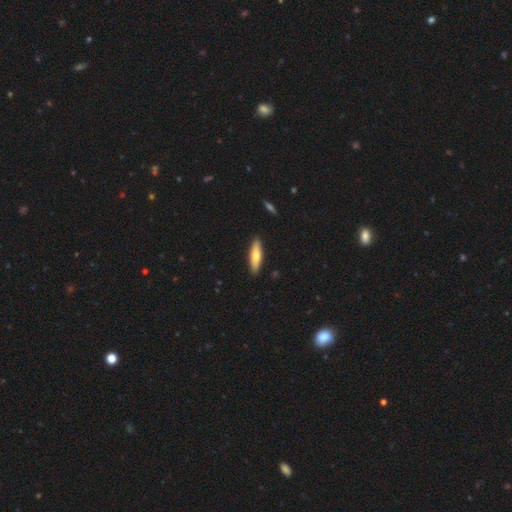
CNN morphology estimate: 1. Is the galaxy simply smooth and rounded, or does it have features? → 67% smooth, 28% featured or disk, 5% star or artifact.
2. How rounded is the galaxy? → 68% cigar-shaped, 30% in between, 2% round.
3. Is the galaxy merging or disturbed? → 90% none, 7% minor disturbance, 1% major disturbance, 1% merger.